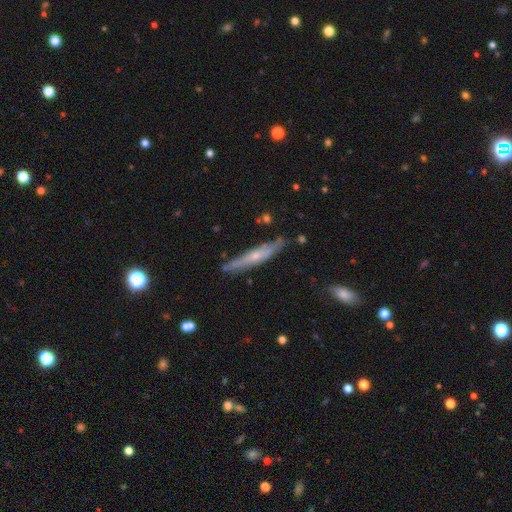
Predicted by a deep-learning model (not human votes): This is possibly a featured or disk galaxy (54%). It is clearly viewed edge-on (84%). Merging: clearly none (80%).